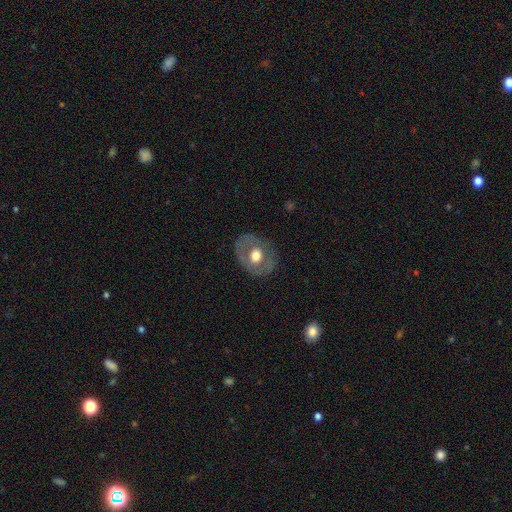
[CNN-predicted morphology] Smooth or featured: smooth — 49% (featured or disk — 44%)
Merging: none — 77% (minor disturbance — 15%)